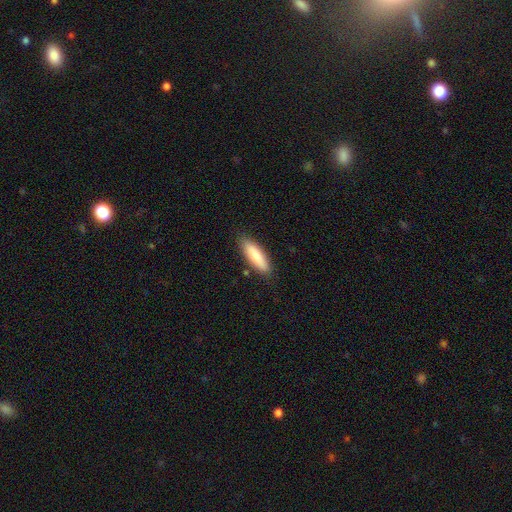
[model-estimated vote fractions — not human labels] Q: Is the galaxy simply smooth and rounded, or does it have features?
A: smooth — 83%.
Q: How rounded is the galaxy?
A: cigar-shaped — 58%.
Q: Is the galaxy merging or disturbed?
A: none — 84%.